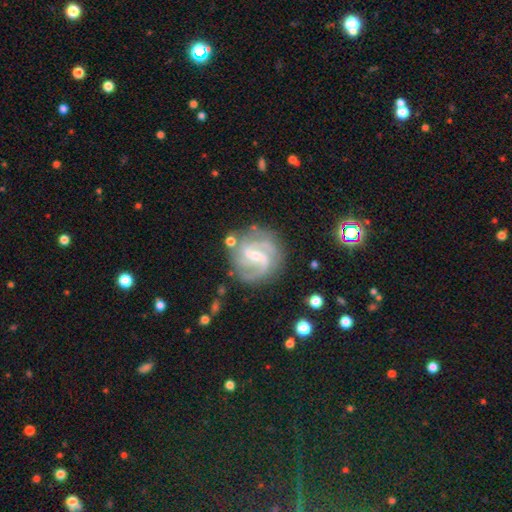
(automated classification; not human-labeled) This is clearly a featured or disk galaxy (89%). It is clearly not viewed edge-on (98%). Bar: possibly weak (49%). Spiral arm pattern: clearly yes (97%). Spiral arm count: possibly 2 (55%). Spiral winding: possibly medium (51%). Central bulge: likely small (64%). Merging: likely none (76%).